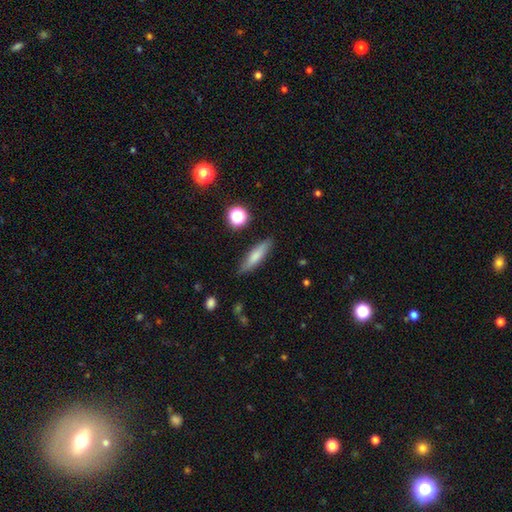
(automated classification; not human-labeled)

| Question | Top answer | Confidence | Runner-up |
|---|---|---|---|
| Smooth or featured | smooth | 72% | featured or disk (20%) |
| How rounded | cigar-shaped | 74% | in between (23%) |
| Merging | none | 85% | minor disturbance (11%) |